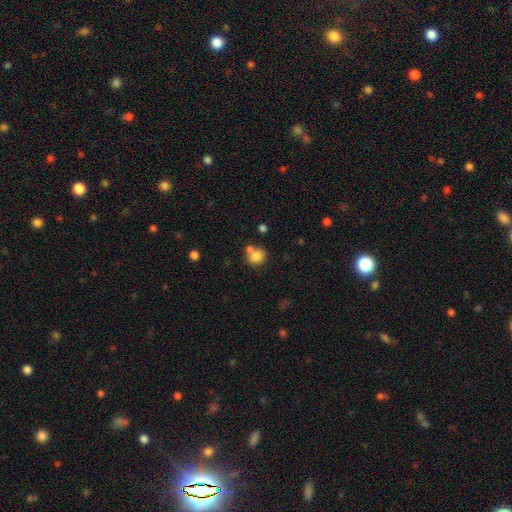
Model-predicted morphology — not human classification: A smooth galaxy with no disk features (81%) that is round (75%).

Vote fractions:
- Smooth or featured? smooth: 81% / star or artifact: 10% / featured or disk: 8%
- How rounded? round: 75% / in between: 24% / cigar-shaped: 1%
- Merging? none: 58% / merger: 27% / minor disturbance: 12% / major disturbance: 4%